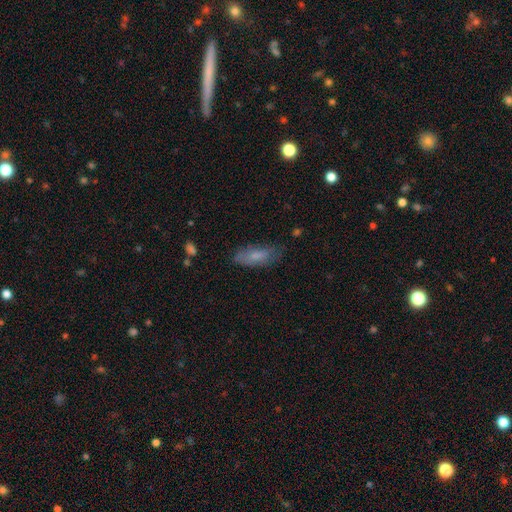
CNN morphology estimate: smooth 72%, featured or disk 21%, star or artifact 7%. Down the decision tree: how rounded — in between (70%); merging — none (69%).